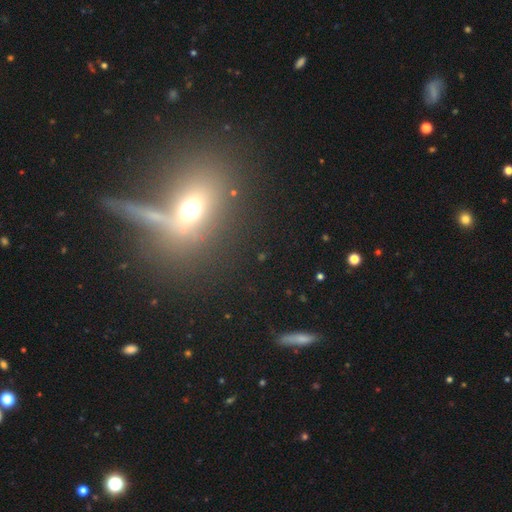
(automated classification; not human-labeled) Smooth or featured? smooth (38%)
Merging? none (61%)